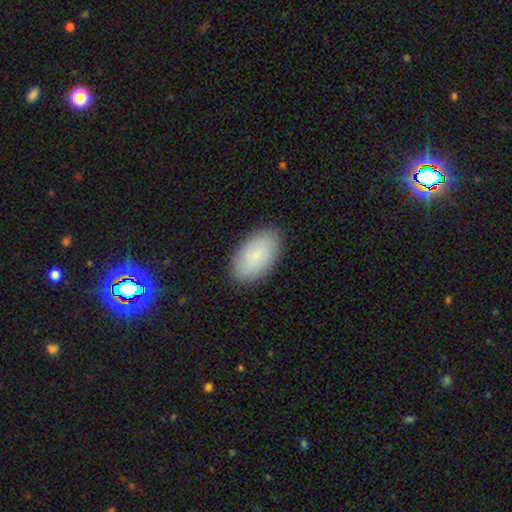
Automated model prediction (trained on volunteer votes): This is clearly a smooth galaxy (81%). How rounded: clearly in between (95%). Merging: clearly none (87%).